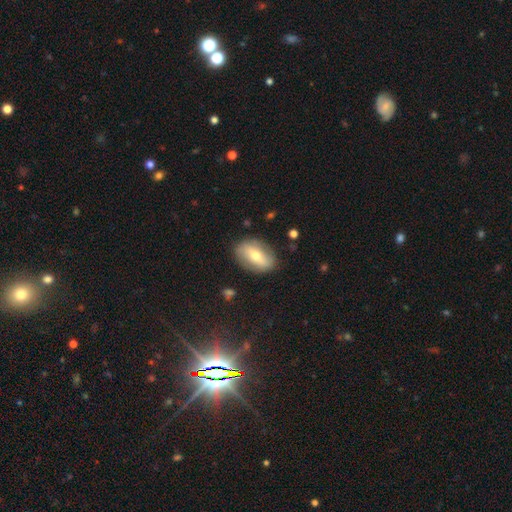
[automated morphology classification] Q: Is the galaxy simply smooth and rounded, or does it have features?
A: smooth — 49%.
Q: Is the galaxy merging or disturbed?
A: none — 83%.